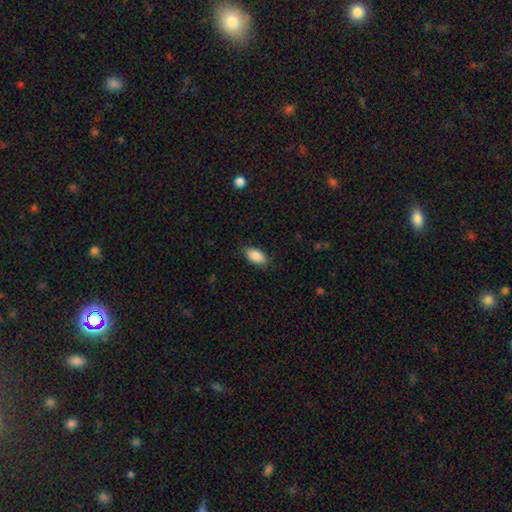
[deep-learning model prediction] smooth 89%, star or artifact 7%, featured or disk 4%. Down the decision tree: how rounded — in between (93%); merging — none (84%).